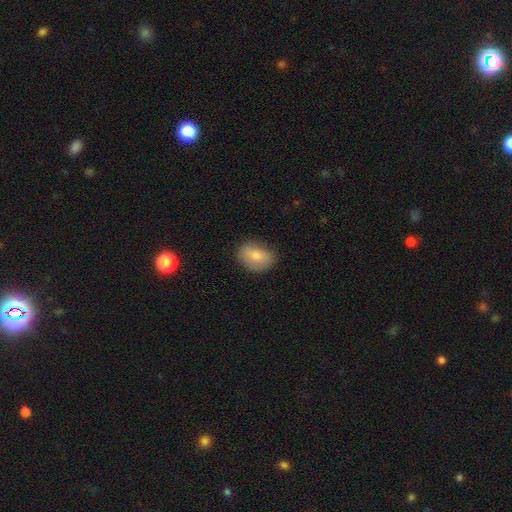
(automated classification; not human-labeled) This is clearly a smooth galaxy (80%). How rounded: likely in between (76%). Merging: likely none (78%).